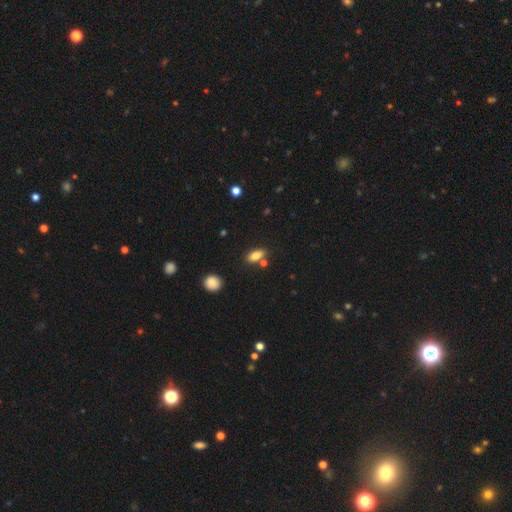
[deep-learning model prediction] Morphology: type=smooth (82%); roundness=in between (82%); merging=none (72%).